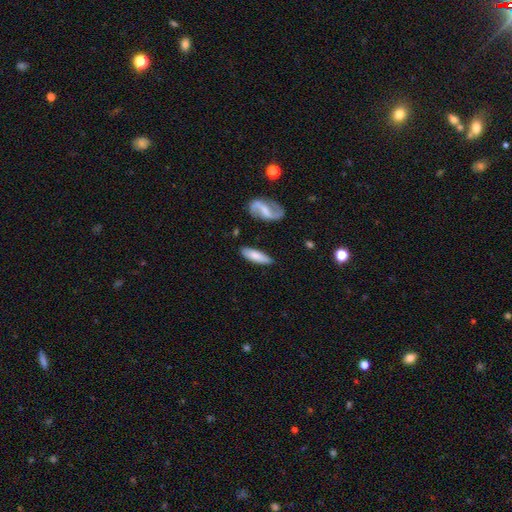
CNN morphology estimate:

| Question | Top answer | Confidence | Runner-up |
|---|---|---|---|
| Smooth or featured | smooth | 68% | featured or disk (27%) |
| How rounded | in between | 52% | cigar-shaped (46%) |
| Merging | none | 78% | minor disturbance (15%) |